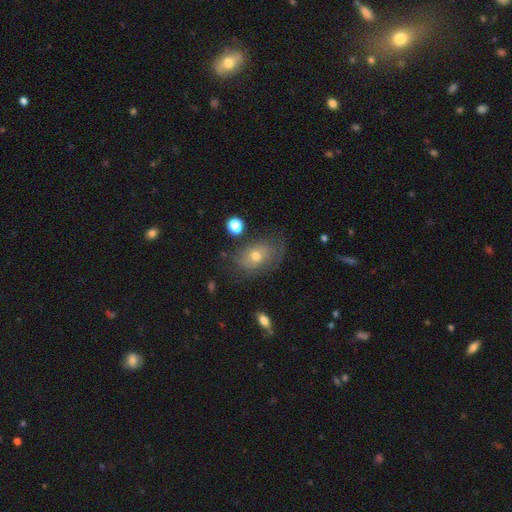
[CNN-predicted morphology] Smooth or featured? Predicted: smooth (p=0.53). How rounded? Predicted: in between (p=0.78). Merging? Predicted: none (p=0.60).